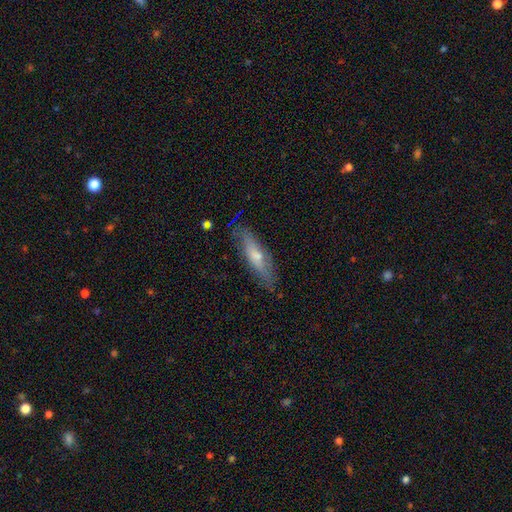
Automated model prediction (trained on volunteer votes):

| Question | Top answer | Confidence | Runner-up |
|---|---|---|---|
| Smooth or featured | smooth | 47% | featured or disk (46%) |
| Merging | none | 80% | minor disturbance (15%) |